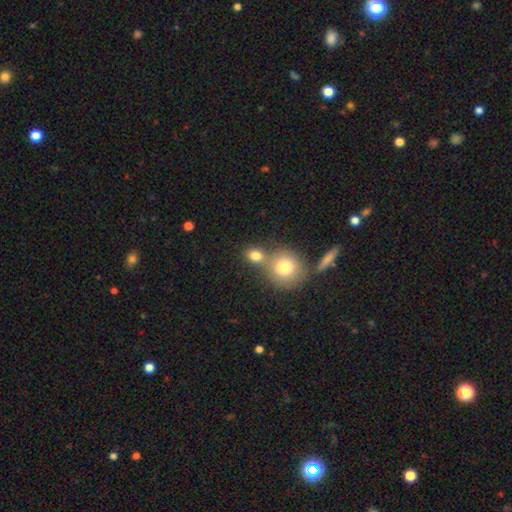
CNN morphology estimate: Overall: smooth (80%). How rounded: round (71%). Merging: none (50%; merger 37%).